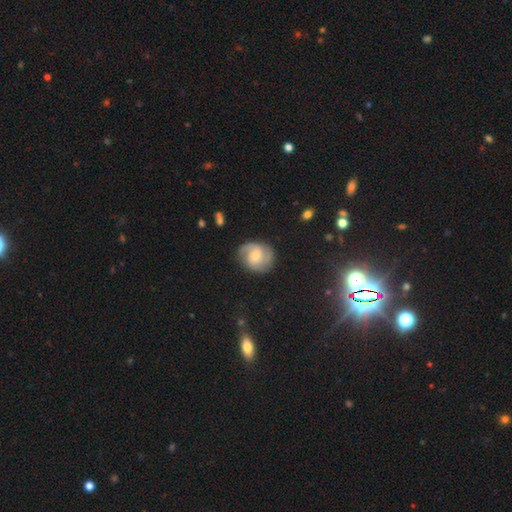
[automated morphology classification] Q: Smooth or featured?
A: featured or disk (75%); runner-up: smooth (18%)
Q: Edge-on disk?
A: no (98%); runner-up: yes (2%)
Q: Bar?
A: no (60%); runner-up: weak (34%)
Q: Spiral arms?
A: yes (94%); runner-up: no (6%)
Q: Spiral winding?
A: medium (45%); runner-up: tight (40%)
Q: Spiral arm count?
A: 2 (74%); runner-up: can't tell (10%)
Q: Bulge size?
A: moderate (47%); tied with: small (47%)
Q: Merging?
A: none (78%); runner-up: minor disturbance (15%)